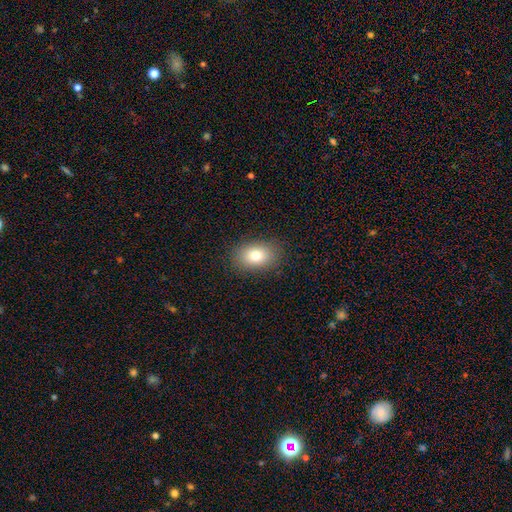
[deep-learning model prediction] smooth-or-featured: smooth: 79% | featured or disk: 11% | star or artifact: 10%
  how-rounded: in between: 80% | round: 19% | cigar-shaped: 1%
  merging: none: 87% | minor disturbance: 9% | major disturbance: 3% | merger: 1%